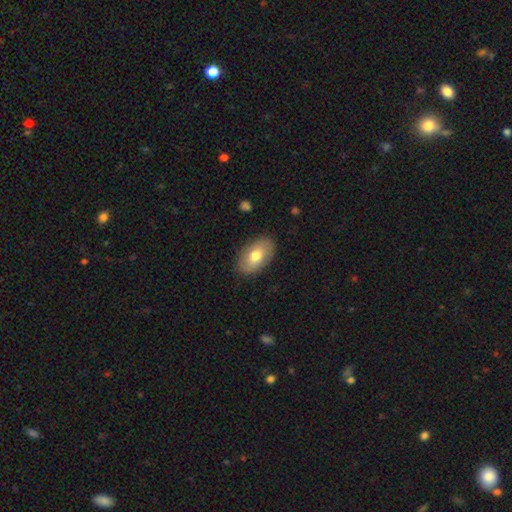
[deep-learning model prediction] Morphology: type=smooth (73%); roundness=in between (93%); merging=none (86%).